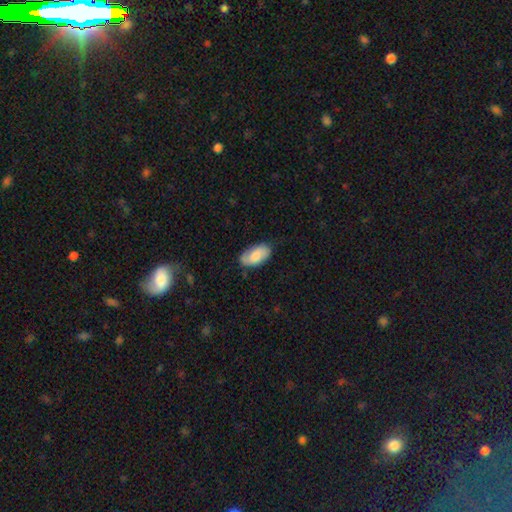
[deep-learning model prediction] Overall: smooth (73%). How rounded: in between (94%). Merging: none (75%).